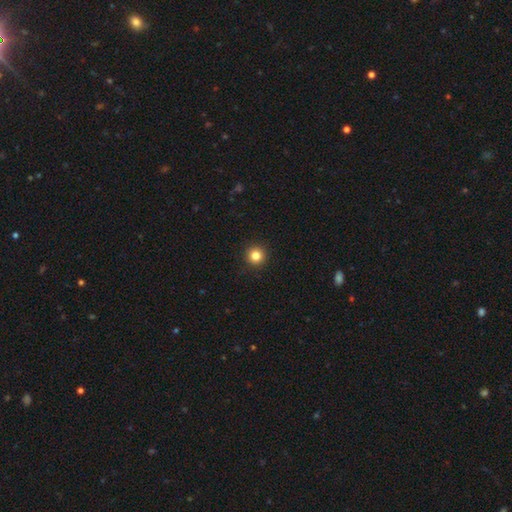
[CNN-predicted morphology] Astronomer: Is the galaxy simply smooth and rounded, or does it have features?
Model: smooth — 83%.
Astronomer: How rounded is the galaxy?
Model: round — 96%.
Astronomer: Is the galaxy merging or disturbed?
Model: none — 93%.